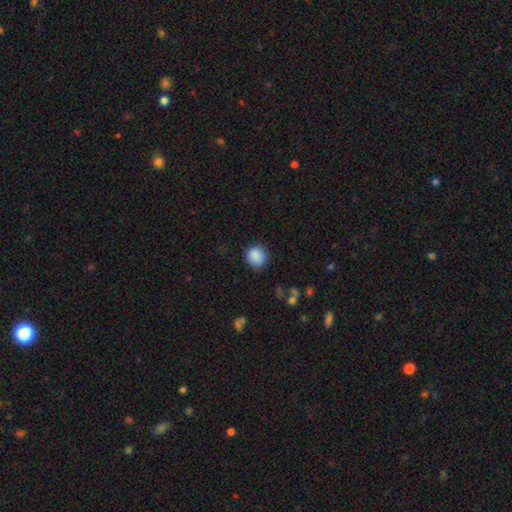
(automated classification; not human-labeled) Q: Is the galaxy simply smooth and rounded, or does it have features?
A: smooth — 88%.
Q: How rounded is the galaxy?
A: round — 84%.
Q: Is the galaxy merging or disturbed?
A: none — 83%.